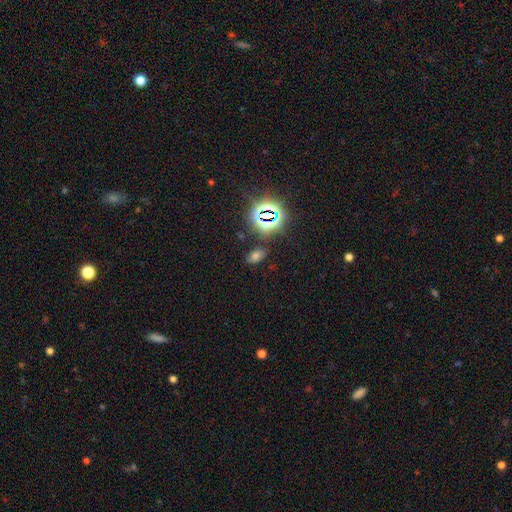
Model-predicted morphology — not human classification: This appears to be a smooth galaxy with no disk features (49%). Merging: none (81%).